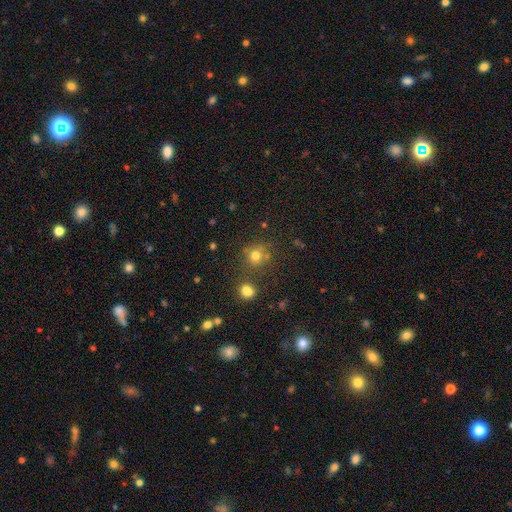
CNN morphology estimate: smooth 74%, star or artifact 17%, featured or disk 9%. Down the decision tree: how rounded — round (86%); merging — none (70%).